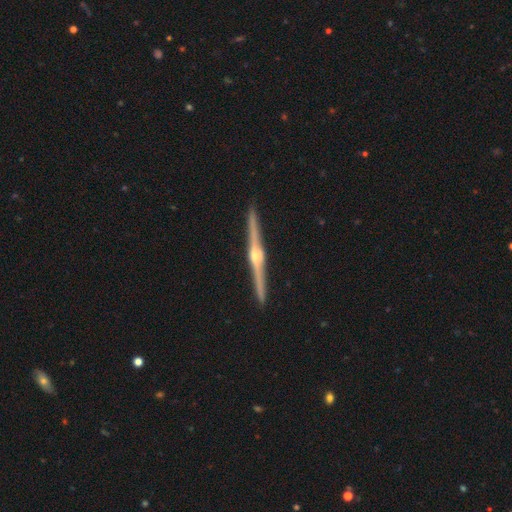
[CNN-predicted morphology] Smooth or featured? Predicted: featured or disk (p=0.89). Edge-on disk? Predicted: yes (p=0.99). Edge-on bulge? Predicted: rounded (p=0.92). Merging? Predicted: none (p=0.93).